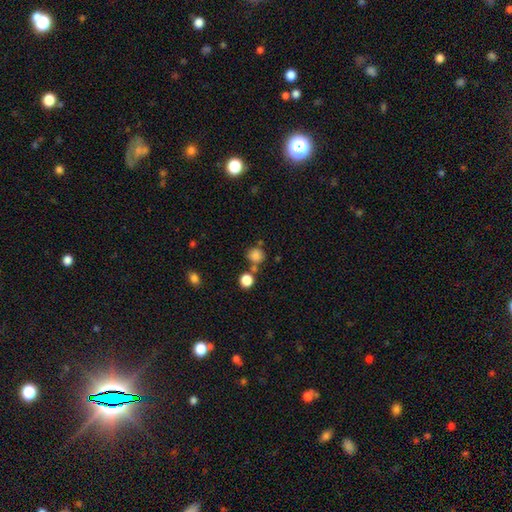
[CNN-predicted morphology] A smooth galaxy with no disk features (82%) that is round (84%).

Vote fractions:
- Smooth or featured? smooth: 82% / star or artifact: 13% / featured or disk: 6%
- How rounded? round: 84% / in between: 15% / cigar-shaped: 1%
- Merging? none: 63% / merger: 20% / minor disturbance: 12% / major disturbance: 5%